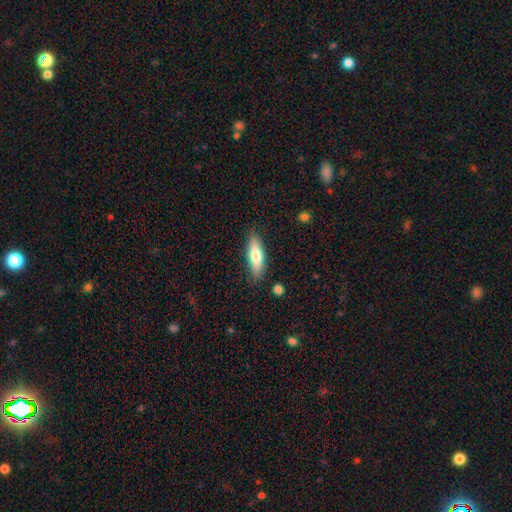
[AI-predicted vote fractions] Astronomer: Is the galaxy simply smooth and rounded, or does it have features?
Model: smooth — 71%.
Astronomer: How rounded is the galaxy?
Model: cigar-shaped — 51% (runner-up: in between, 47%).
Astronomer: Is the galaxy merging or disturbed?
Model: none — 84%.